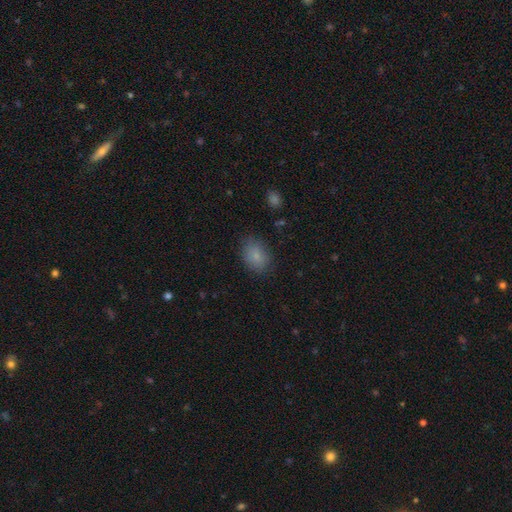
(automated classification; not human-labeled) smooth-or-featured: smooth: 82% | star or artifact: 10% | featured or disk: 8%
  how-rounded: in between: 67% | round: 32% | cigar-shaped: 1%
  merging: none: 80% | minor disturbance: 15% | major disturbance: 4% | merger: 1%